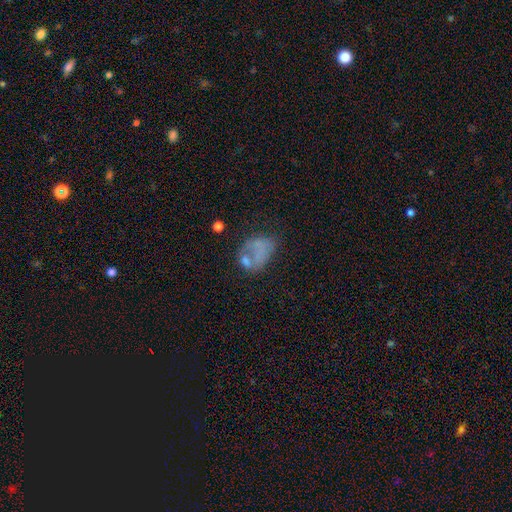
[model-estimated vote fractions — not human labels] Smooth or featured: smooth — 47% (featured or disk — 35%)
Merging: none — 41% (major disturbance — 21%)